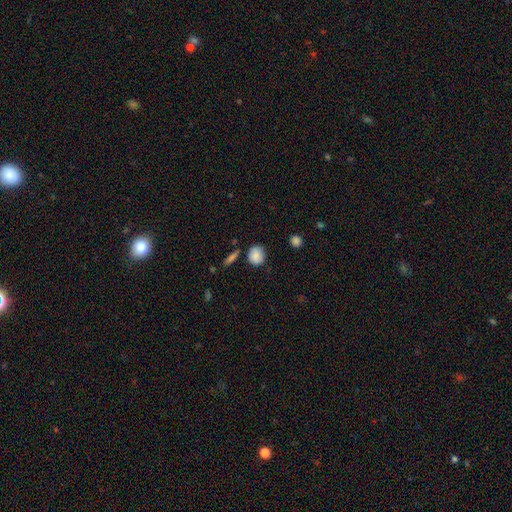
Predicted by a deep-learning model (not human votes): A smooth galaxy with no disk features (86%) that is round (78%). Merging: none (78%).